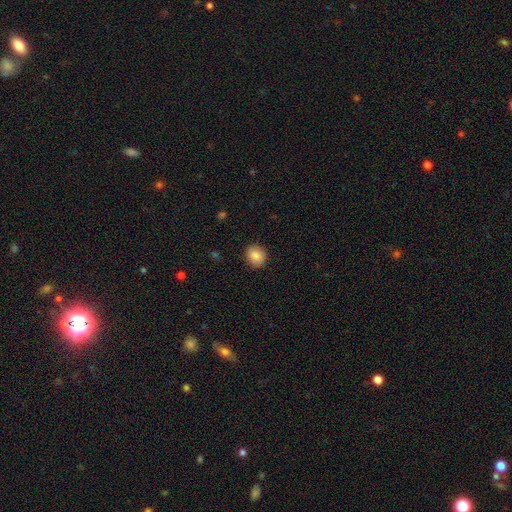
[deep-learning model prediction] Q: Smooth or featured?
A: smooth (85%); runner-up: star or artifact (8%)
Q: How rounded?
A: round (65%); runner-up: in between (34%)
Q: Merging?
A: none (90%); runner-up: minor disturbance (7%)